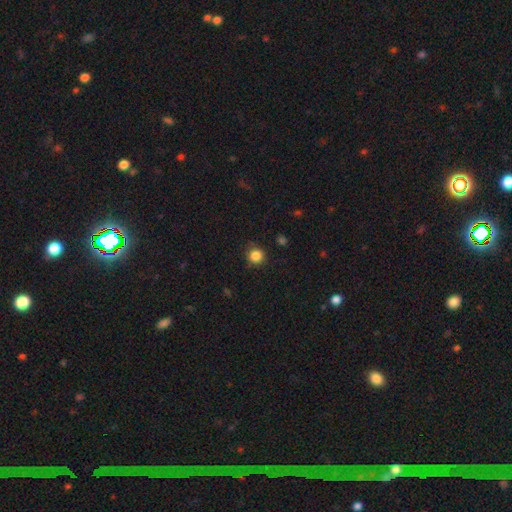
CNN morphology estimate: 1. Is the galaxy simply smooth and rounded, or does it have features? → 85% smooth, 12% star or artifact, 4% featured or disk.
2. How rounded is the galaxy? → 93% round, 6% in between, 1% cigar-shaped.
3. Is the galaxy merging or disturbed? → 84% none, 11% minor disturbance, 3% major disturbance, 1% merger.